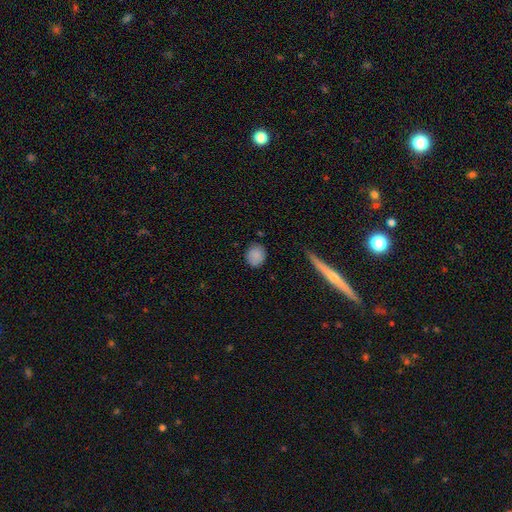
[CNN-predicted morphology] A smooth galaxy with no disk features (85%) that is round (70%). Merging: none (83%).